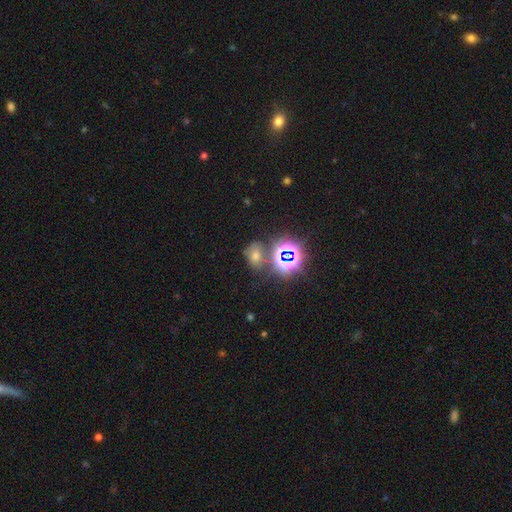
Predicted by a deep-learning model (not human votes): The model was most divided on "smooth or featured": star or artifact: 47%, smooth: 40%, featured or disk: 13%.